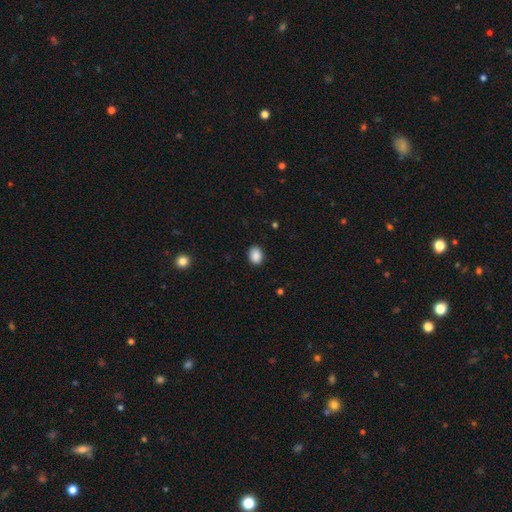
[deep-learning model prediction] A smooth galaxy with no disk features (89%) that is in between round and cigar-shaped (64%). Merging: none (89%).